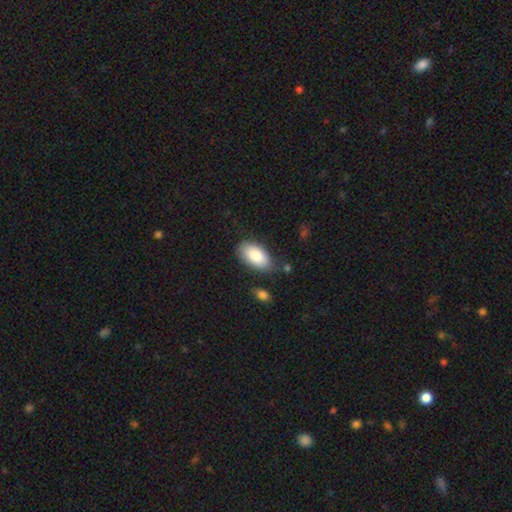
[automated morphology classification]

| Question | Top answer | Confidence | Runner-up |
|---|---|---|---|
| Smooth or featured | smooth | 85% | featured or disk (9%) |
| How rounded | in between | 95% | round (3%) |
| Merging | none | 76% | minor disturbance (16%) |